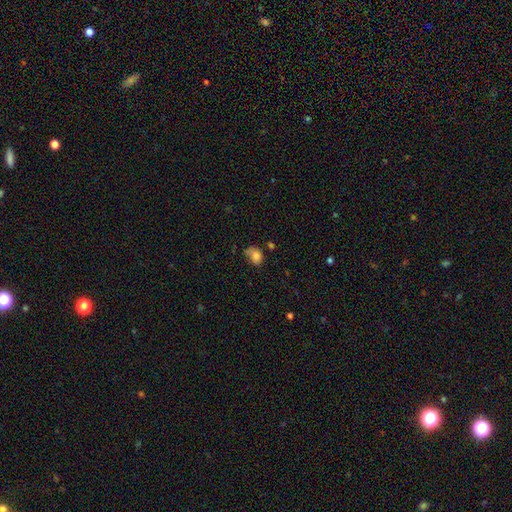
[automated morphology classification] Smooth or featured?
  - smooth: 78% *
  - featured or disk: 11%
  - star or artifact: 10%
How rounded?
  - in between: 65% *
  - round: 34%
  - cigar-shaped: 1%
Merging?
  - none: 41% *
  - minor disturbance: 33%
  - major disturbance: 19%
  - merger: 7%